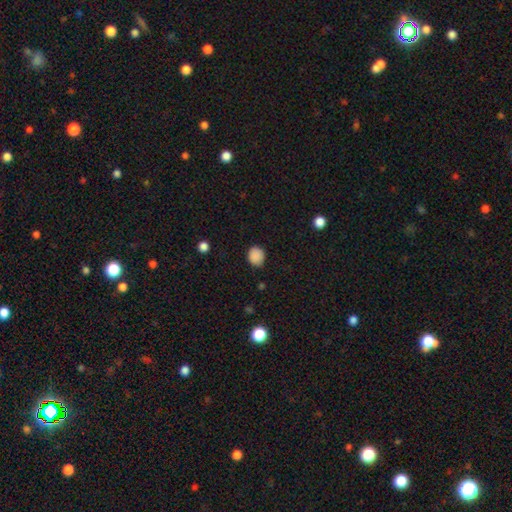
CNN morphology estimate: Smooth or featured: smooth — 88% (star or artifact — 10%)
How rounded: round — 71% (in between — 28%)
Merging: none — 82% (minor disturbance — 13%)